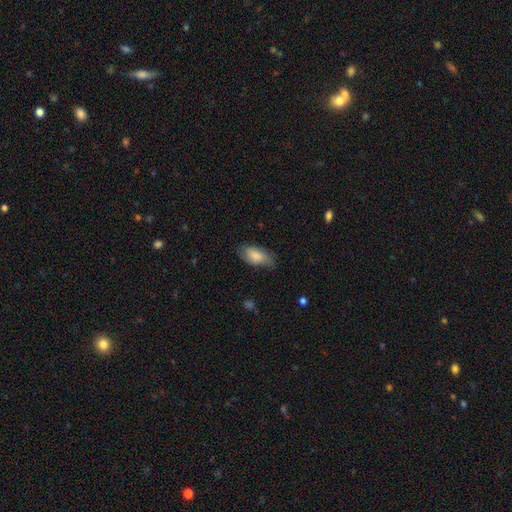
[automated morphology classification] smooth_or_featured: smooth (p=0.78) [alt: featured or disk p=0.15]
how_rounded: in between (p=0.91) [alt: cigar-shaped p=0.06]
merging: none (p=0.62) [alt: minor disturbance p=0.30]